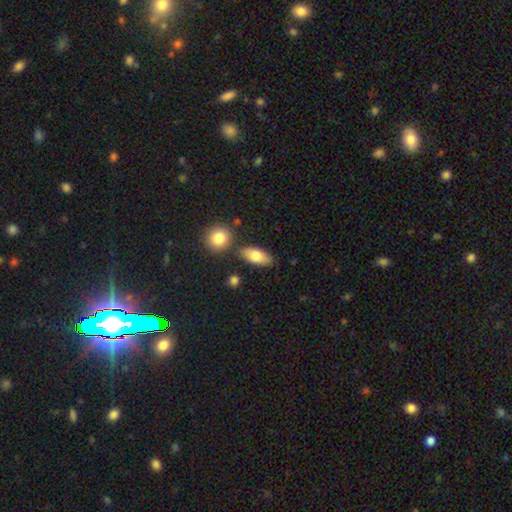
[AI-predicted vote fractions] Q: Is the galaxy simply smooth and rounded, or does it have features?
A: smooth — 78%.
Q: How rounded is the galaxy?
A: in between — 85%.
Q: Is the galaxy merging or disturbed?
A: none — 78%.